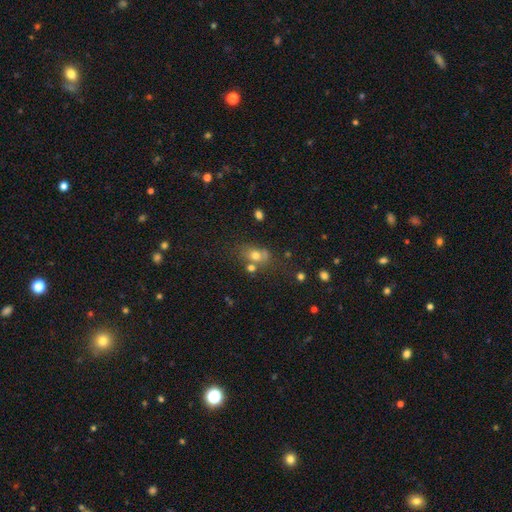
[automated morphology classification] This appears to be a smooth galaxy with no disk features (68%) that is in between round and cigar-shaped (60%). Merging: none (48%).